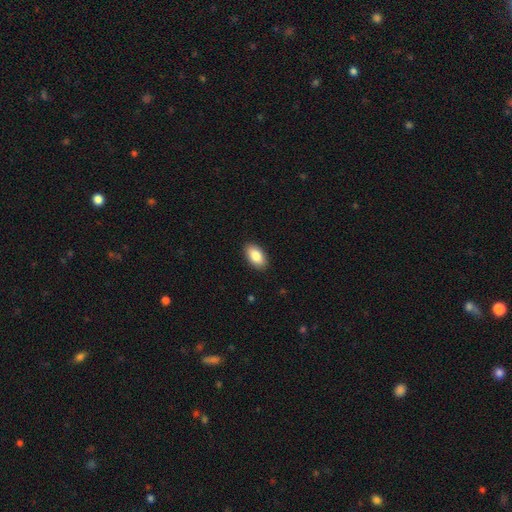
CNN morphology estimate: Overall: smooth (86%). How rounded: in between (94%). Merging: none (90%).